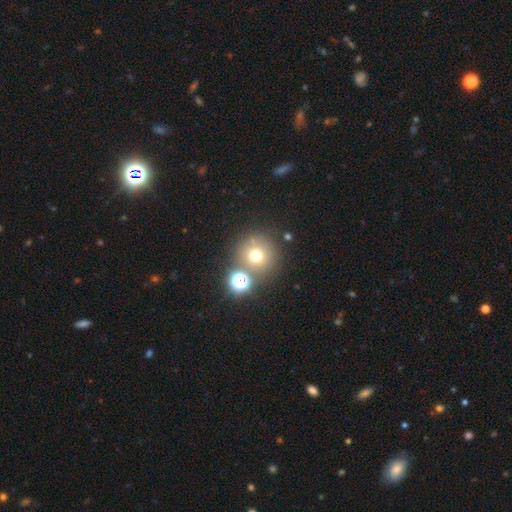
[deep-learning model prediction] Q: Smooth or featured?
A: smooth (65%); runner-up: star or artifact (22%)
Q: How rounded?
A: round (93%); runner-up: in between (6%)
Q: Merging?
A: none (71%); runner-up: merger (16%)